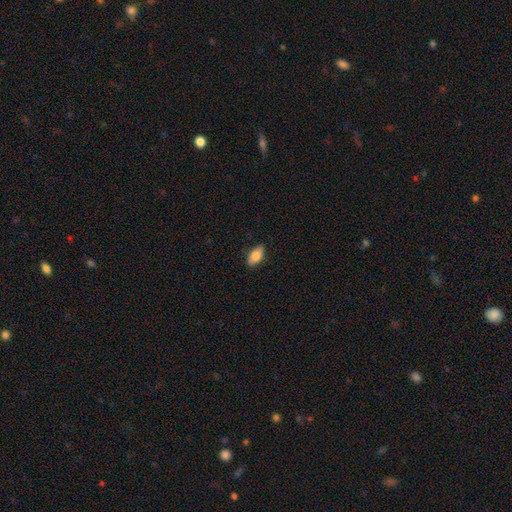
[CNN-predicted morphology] Smooth or featured? Predicted: smooth (p=0.80). How rounded? Predicted: in between (p=0.90). Merging? Predicted: none (p=0.86).